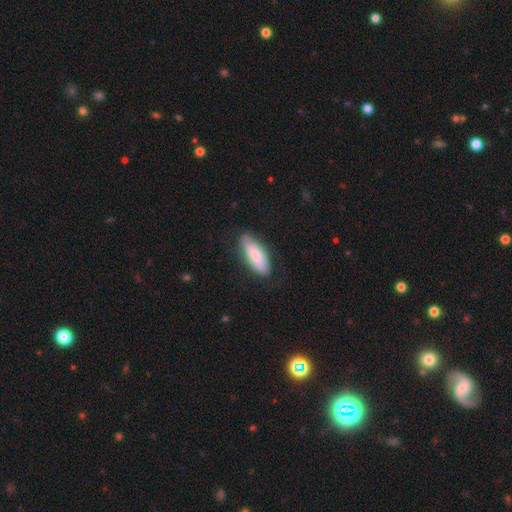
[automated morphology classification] smooth-or-featured: smooth: 80% | featured or disk: 15% | star or artifact: 5%
  how-rounded: in between: 66% | cigar-shaped: 33% | round: 2%
  merging: none: 77% | minor disturbance: 18% | major disturbance: 4% | merger: 1%